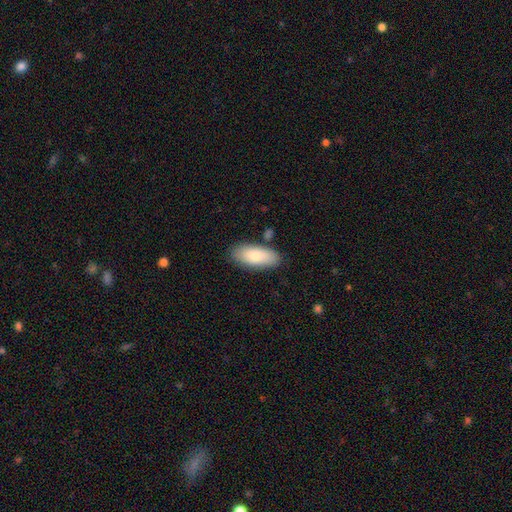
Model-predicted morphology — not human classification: smooth-or-featured: smooth: 80% | featured or disk: 14% | star or artifact: 6%
  how-rounded: in between: 86% | cigar-shaped: 12% | round: 2%
  merging: none: 80% | minor disturbance: 13% | merger: 4% | major disturbance: 3%